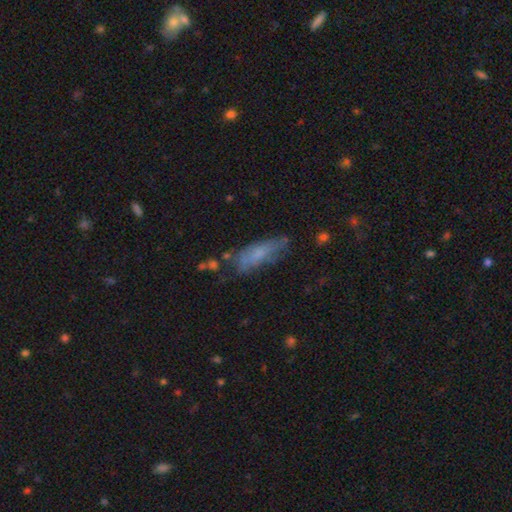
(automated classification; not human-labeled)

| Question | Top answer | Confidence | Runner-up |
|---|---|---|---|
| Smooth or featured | smooth | 60% | featured or disk (30%) |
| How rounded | in between | 53% | cigar-shaped (45%) |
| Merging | none | 56% | minor disturbance (28%) |